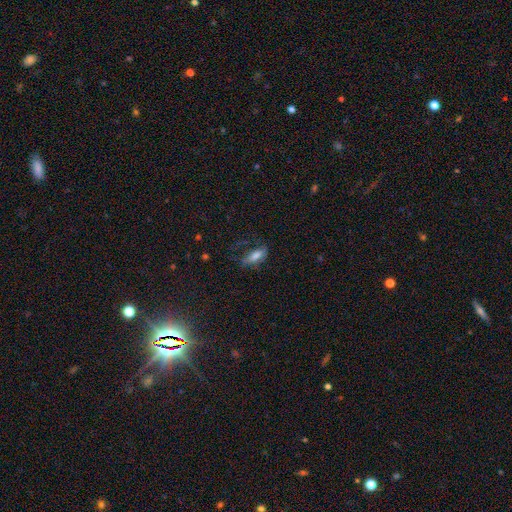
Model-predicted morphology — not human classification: Smooth or featured: smooth — 69% (featured or disk — 21%)
How rounded: in between — 66% (cigar-shaped — 31%)
Merging: none — 54% (minor disturbance — 25%)